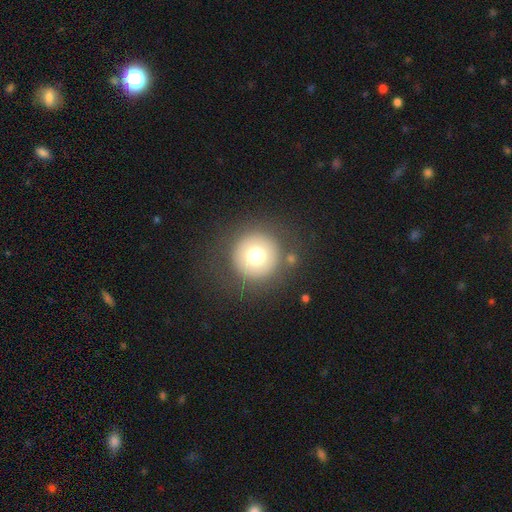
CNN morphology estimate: A smooth galaxy with no disk features (71%) that is round (96%).

Vote fractions:
- Smooth or featured? smooth: 71% / featured or disk: 16% / star or artifact: 12%
- How rounded? round: 96% / in between: 3% / cigar-shaped: 1%
- Merging? none: 84% / minor disturbance: 8% / major disturbance: 5% / merger: 3%